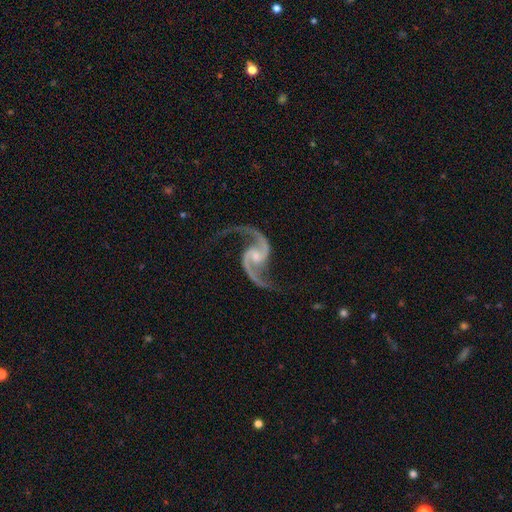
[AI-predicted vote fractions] featured or disk 94%, star or artifact 4%, smooth 2%. Down the decision tree: edge-on disk — no (98%); bar — no (48%); spiral arms — yes (99%); spiral arm count — 2 (95%); spiral winding — loose (60%); bulge size — small (52%); merging — none (76%).